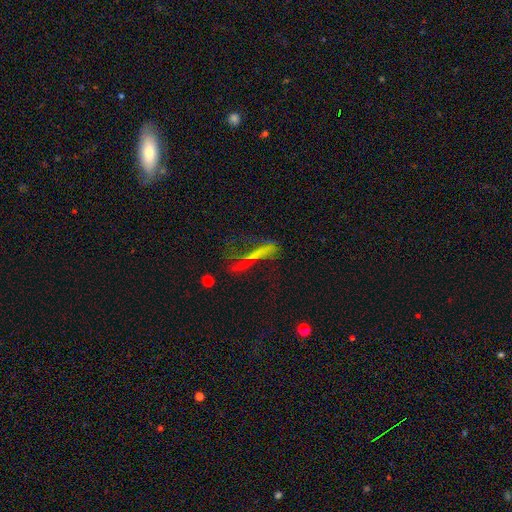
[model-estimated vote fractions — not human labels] smooth-or-featured: featured or disk: 43% | smooth: 32% | star or artifact: 25%
  merging: none: 43% | major disturbance: 32% | minor disturbance: 18% | merger: 6%